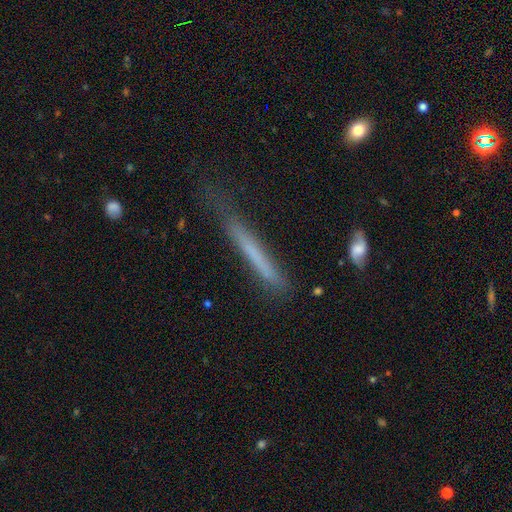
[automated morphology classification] Smooth or featured: smooth — 58% (featured or disk — 33%)
How rounded: cigar-shaped — 96% (in between — 2%)
Merging: none — 64% (minor disturbance — 25%)